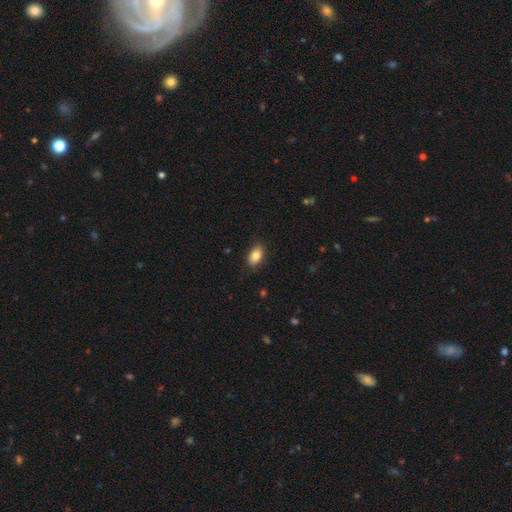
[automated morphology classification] Smooth or featured? Predicted: smooth (p=0.84). How rounded? Predicted: in between (p=0.90). Merging? Predicted: none (p=0.85).